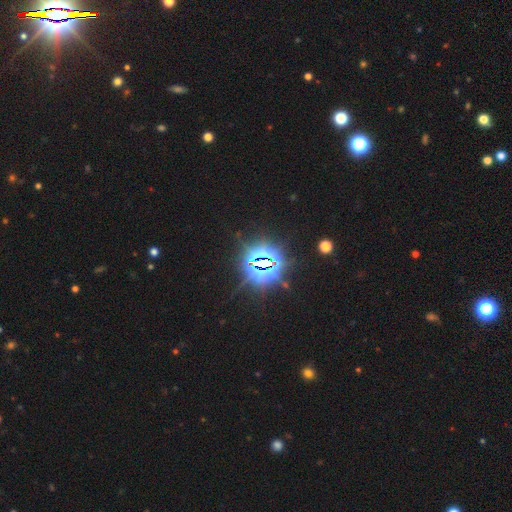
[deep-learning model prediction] star or artifact 83%, smooth 9%, featured or disk 7%.